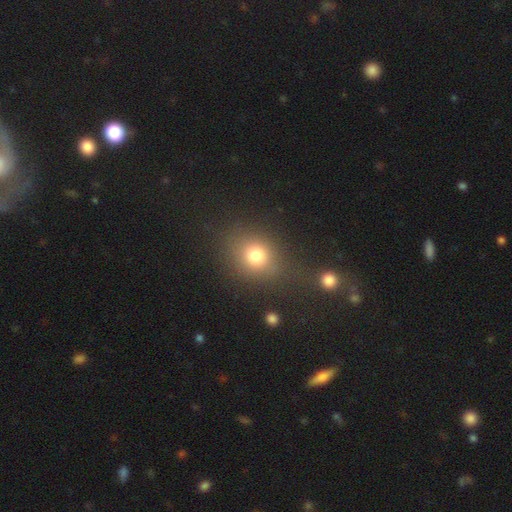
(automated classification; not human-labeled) Q: Smooth or featured?
A: smooth (77%); runner-up: star or artifact (14%)
Q: How rounded?
A: round (67%); runner-up: in between (32%)
Q: Merging?
A: none (70%); runner-up: minor disturbance (14%)